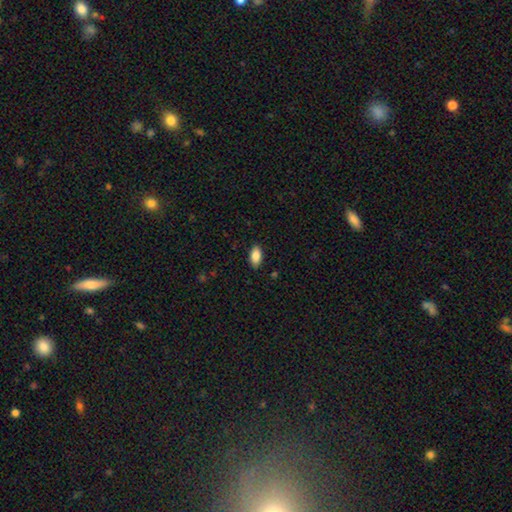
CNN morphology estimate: The model was most divided on "merging": none: 89%, minor disturbance: 8%, major disturbance: 2%, merger: 1%. More confident: how rounded — in between (93%); smooth or featured — smooth (88%).